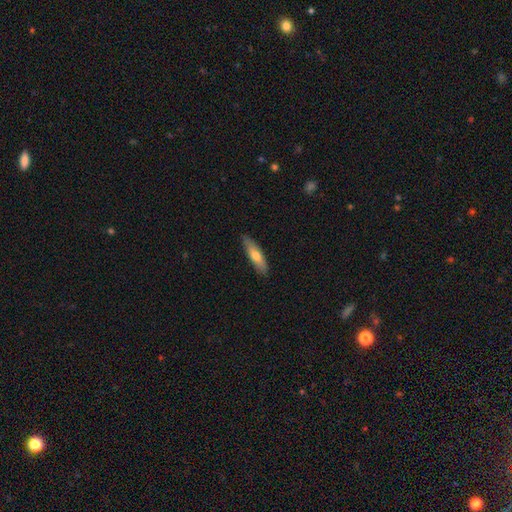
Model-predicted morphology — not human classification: Overall: smooth (67%). How rounded: cigar-shaped (67%; in between 32%). Merging: none (86%).